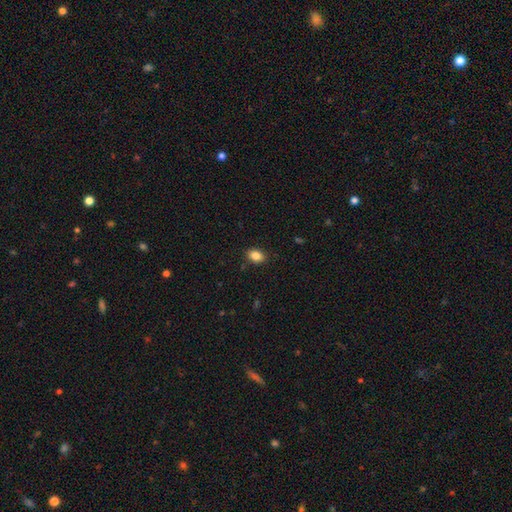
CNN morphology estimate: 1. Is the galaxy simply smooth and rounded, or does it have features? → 87% smooth, 9% star or artifact, 4% featured or disk.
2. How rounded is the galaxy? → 80% in between, 18% round, 1% cigar-shaped.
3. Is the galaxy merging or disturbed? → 87% none, 9% minor disturbance, 2% major disturbance, 1% merger.